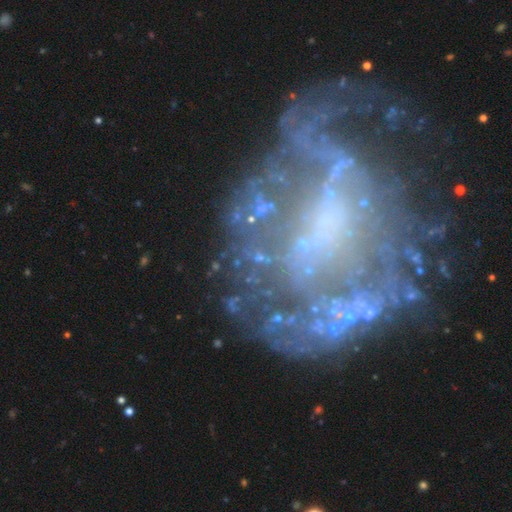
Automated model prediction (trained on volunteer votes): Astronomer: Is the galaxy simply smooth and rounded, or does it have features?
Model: featured or disk — 67%.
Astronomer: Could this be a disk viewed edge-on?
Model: no — 96%.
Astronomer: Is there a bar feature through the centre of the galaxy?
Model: no — 71%.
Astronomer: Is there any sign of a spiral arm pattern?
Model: no — 54% (runner-up: yes, 46%).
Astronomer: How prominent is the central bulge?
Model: none — 59%.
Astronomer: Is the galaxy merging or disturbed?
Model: none — 46% (runner-up: major disturbance, 29%).